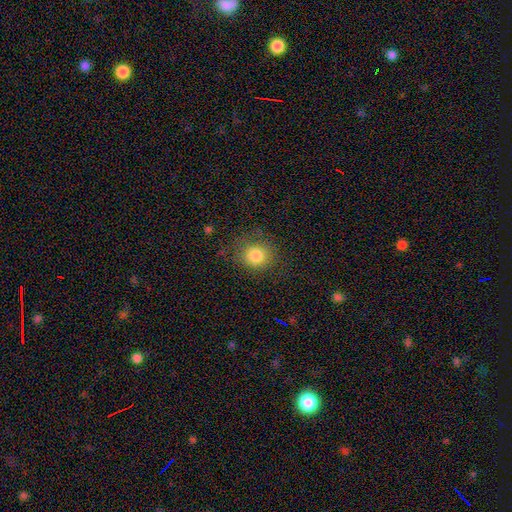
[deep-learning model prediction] Overall: smooth (82%). How rounded: round (84%). Merging: none (79%).